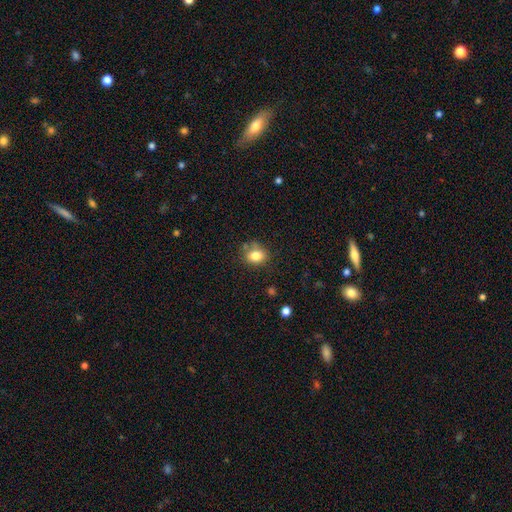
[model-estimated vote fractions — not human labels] The model was most divided on "how rounded": round: 58%, in between: 41%, cigar-shaped: 1%. More confident: smooth or featured — smooth (81%); merging — none (68%).